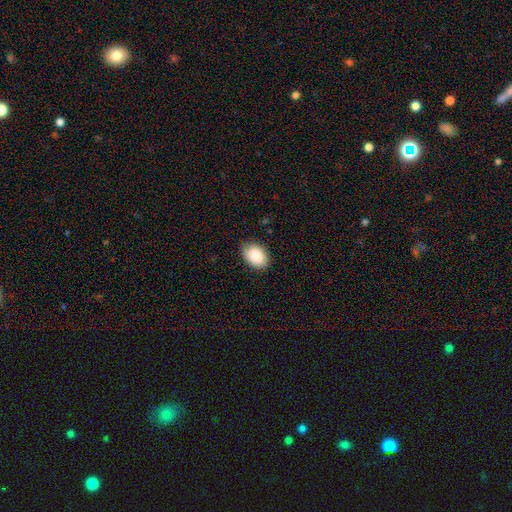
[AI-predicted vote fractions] This is clearly a smooth galaxy (88%). How rounded: clearly in between (84%). Merging: clearly none (84%).